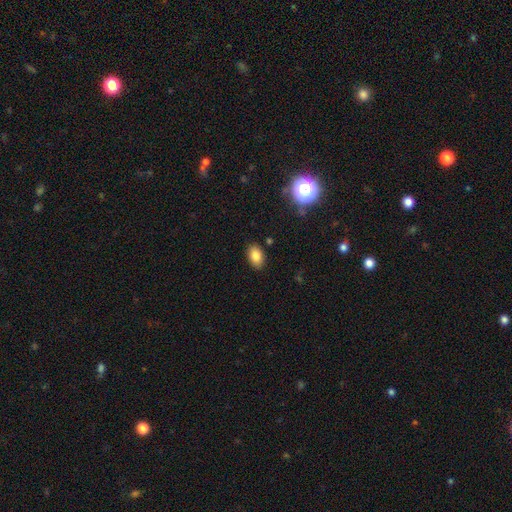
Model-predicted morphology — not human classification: Smooth or featured: smooth — 83% (star or artifact — 10%)
How rounded: in between — 89% (round — 9%)
Merging: none — 87% (minor disturbance — 9%)